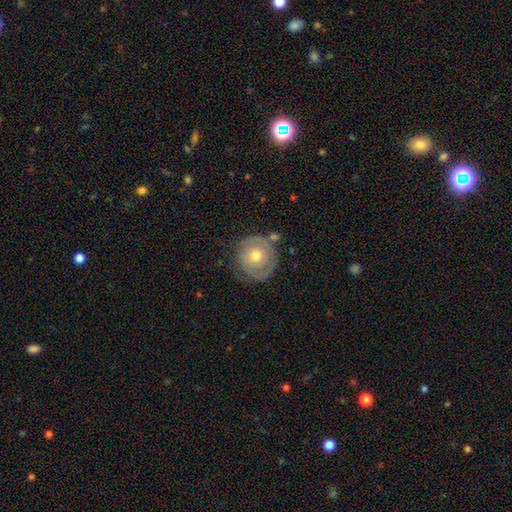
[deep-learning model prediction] Morphology: type=featured or disk (51%); edge-on=no (96%); merging=none (70%).